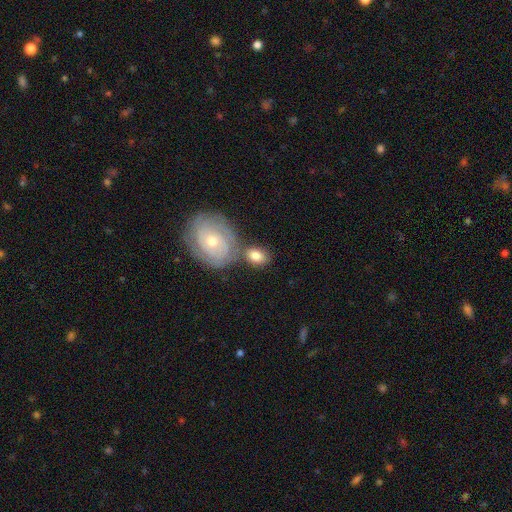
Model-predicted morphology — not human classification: type=smooth (63%); roundness=in between (75%); merging=none (54%).